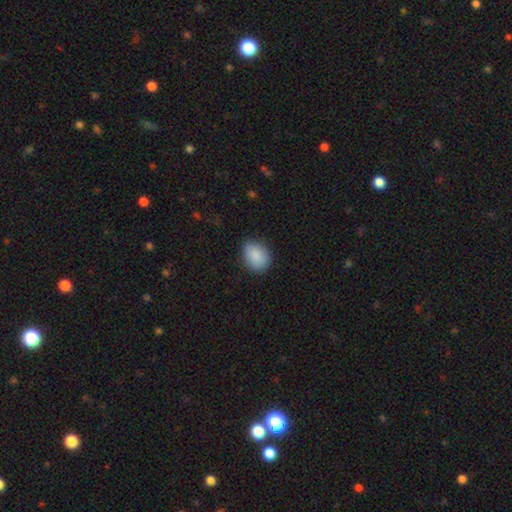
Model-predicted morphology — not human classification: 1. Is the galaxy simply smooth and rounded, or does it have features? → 89% smooth, 7% star or artifact, 4% featured or disk.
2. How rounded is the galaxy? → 64% in between, 35% round, 1% cigar-shaped.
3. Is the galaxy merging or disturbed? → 82% none, 14% minor disturbance, 3% major disturbance, 1% merger.